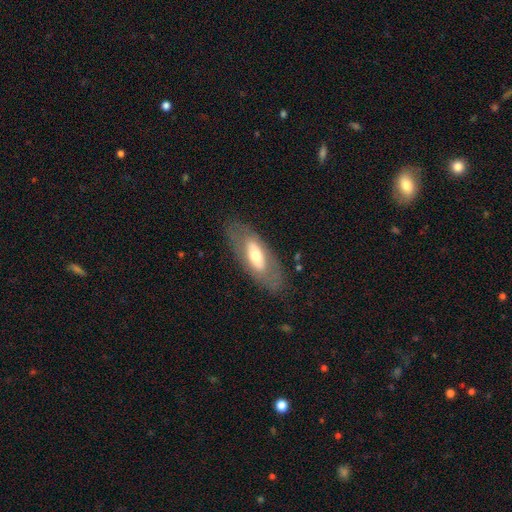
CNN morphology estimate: The model was most divided on "smooth or featured": smooth: 47%, featured or disk: 46%, star or artifact: 6%. More confident: merging — none (78%).